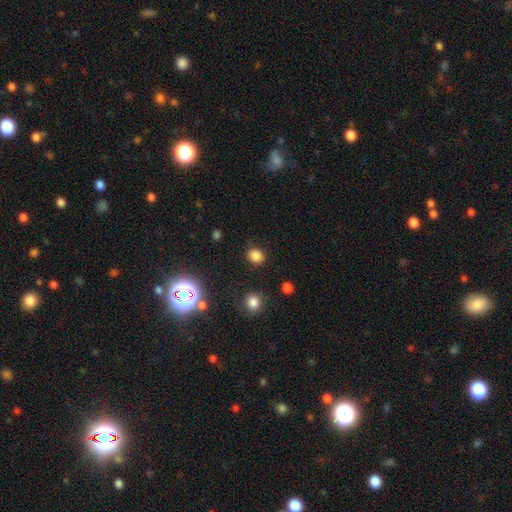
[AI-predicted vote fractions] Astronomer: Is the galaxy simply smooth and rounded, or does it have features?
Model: smooth — 81%.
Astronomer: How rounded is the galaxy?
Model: round — 63%.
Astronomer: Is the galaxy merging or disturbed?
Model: none — 85%.